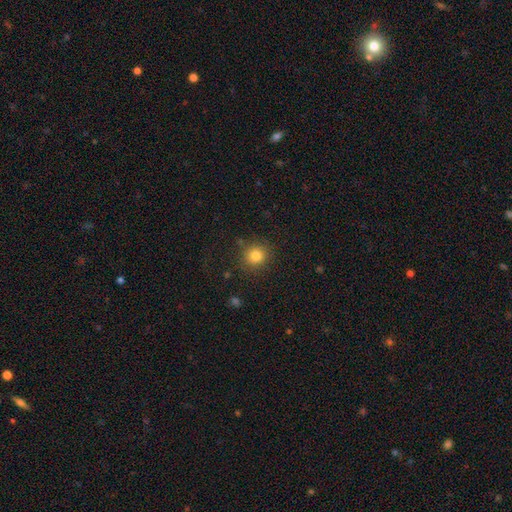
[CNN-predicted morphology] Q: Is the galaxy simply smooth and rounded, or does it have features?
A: smooth — 81%.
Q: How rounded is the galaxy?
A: round — 90%.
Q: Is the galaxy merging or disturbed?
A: none — 86%.